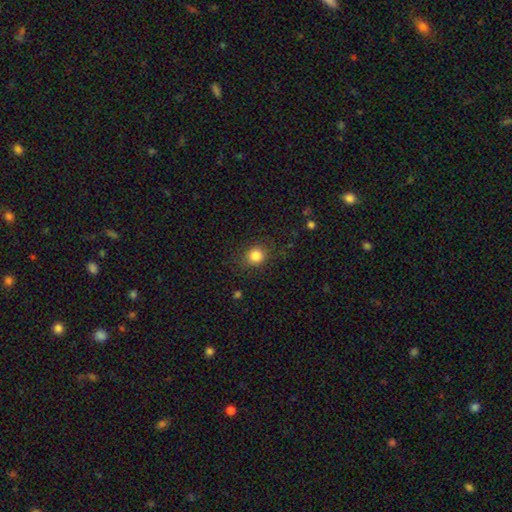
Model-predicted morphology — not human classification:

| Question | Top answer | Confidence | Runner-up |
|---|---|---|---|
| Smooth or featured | smooth | 83% | star or artifact (11%) |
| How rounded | round | 76% | in between (23%) |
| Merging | none | 82% | minor disturbance (12%) |